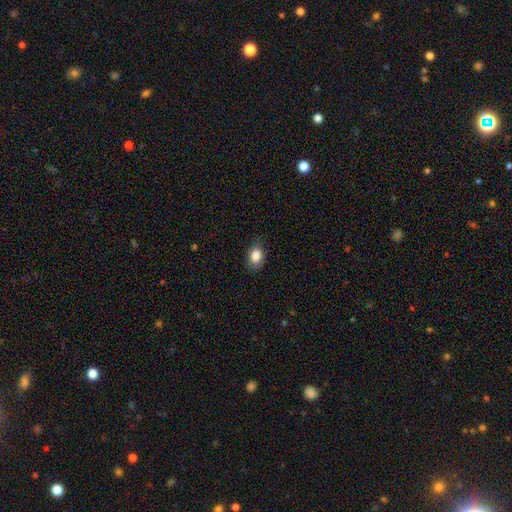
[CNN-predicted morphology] smooth 86%, star or artifact 8%, featured or disk 6%. Down the decision tree: how rounded — in between (78%); merging — none (77%).